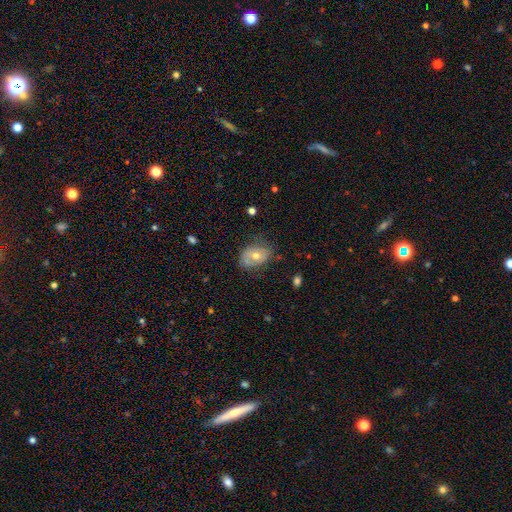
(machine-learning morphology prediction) This is possibly a smooth galaxy (49%). Merging: likely none (66%).